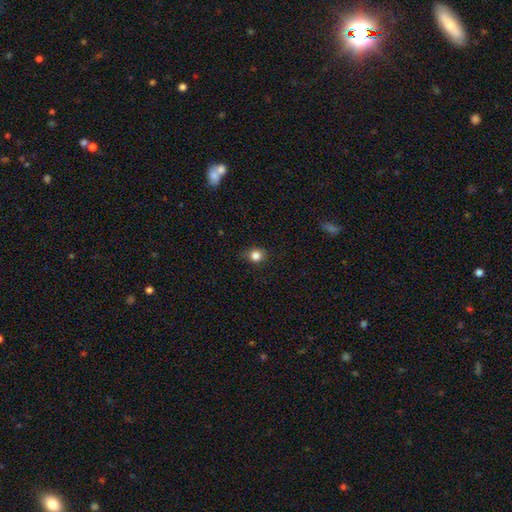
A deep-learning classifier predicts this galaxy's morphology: type=smooth (83%); roundness=round (76%); merging=none (81%).